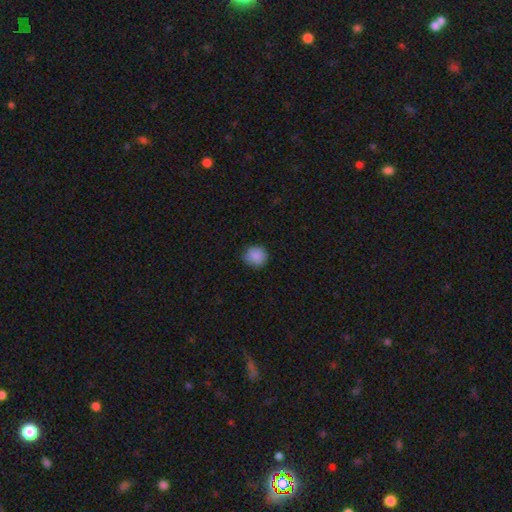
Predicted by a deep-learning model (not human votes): smooth 88%, star or artifact 9%, featured or disk 3%. Down the decision tree: how rounded — round (87%); merging — none (80%).